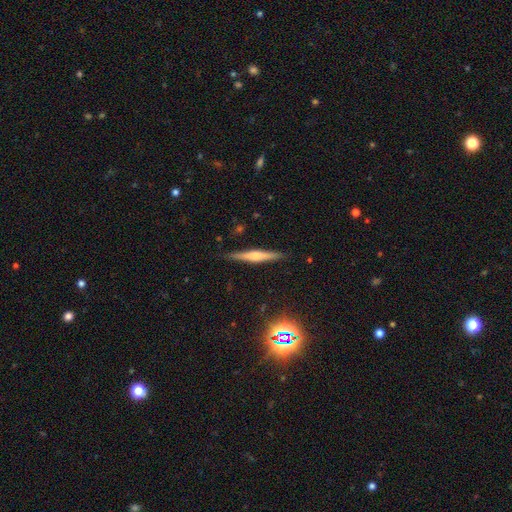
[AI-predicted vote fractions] A featured or disk galaxy (59%) viewed edge-on (97%) with a rounded central bulge (75%).

Vote fractions:
- Smooth or featured? featured or disk: 59% / smooth: 34% / star or artifact: 7%
- Edge-on disk? yes: 97% / no: 3%
- Edge-on bulge? rounded: 75% / none: 13% / boxy: 12%
- Merging? none: 88% / minor disturbance: 9% / major disturbance: 2% / merger: 1%